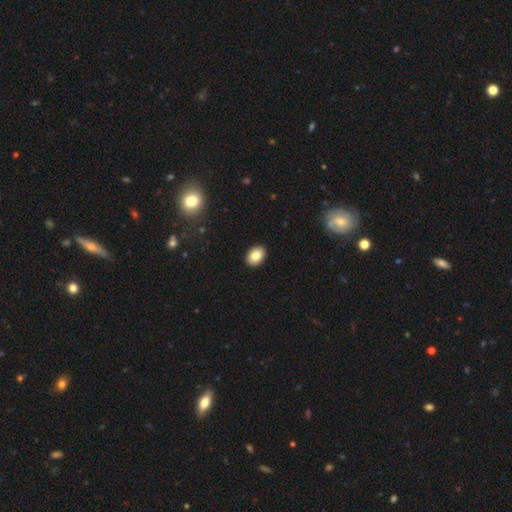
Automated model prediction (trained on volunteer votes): The model was most divided on "how rounded": in between: 82%, round: 17%, cigar-shaped: 1%. More confident: merging — none (91%); smooth or featured — smooth (84%).